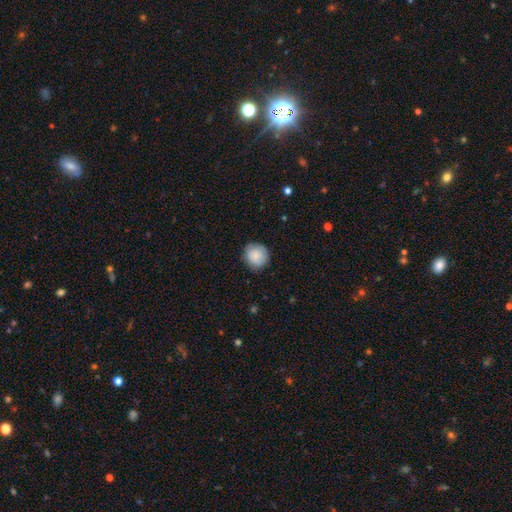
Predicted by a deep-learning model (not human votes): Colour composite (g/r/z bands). It shows a smooth galaxy with no disk features (84%) that is round (90%). Merging: none (83%).